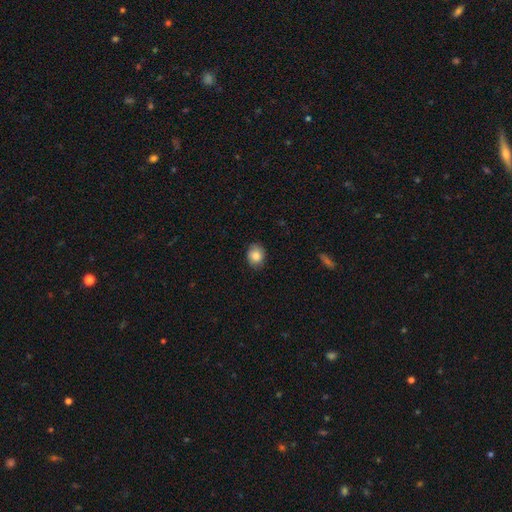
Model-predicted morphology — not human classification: This appears to be a smooth galaxy with no disk features (83%) that is round (56%). Merging: none (83%).